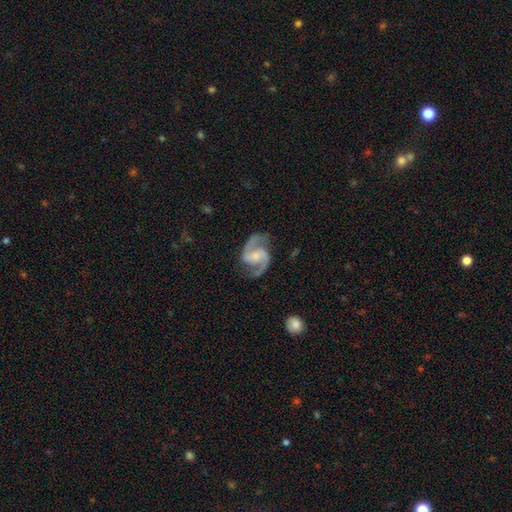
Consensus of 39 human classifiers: featured or disk 97%, star or artifact 3%, smooth 0%. Down the decision tree: edge-on disk — no (100%); bar — weak (45%); spiral arms — yes (100%); spiral arm count — 2 (97%); spiral winding — medium (63%); bulge size — moderate (53%); merging — none (68%).